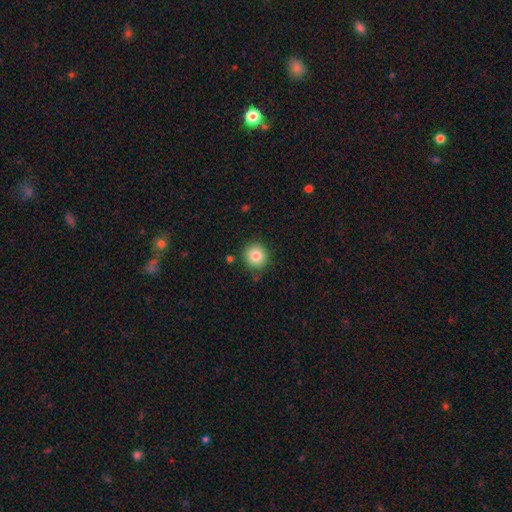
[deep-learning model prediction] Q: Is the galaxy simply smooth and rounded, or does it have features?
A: smooth — 83%.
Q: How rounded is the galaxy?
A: round — 92%.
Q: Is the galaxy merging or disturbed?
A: none — 85%.